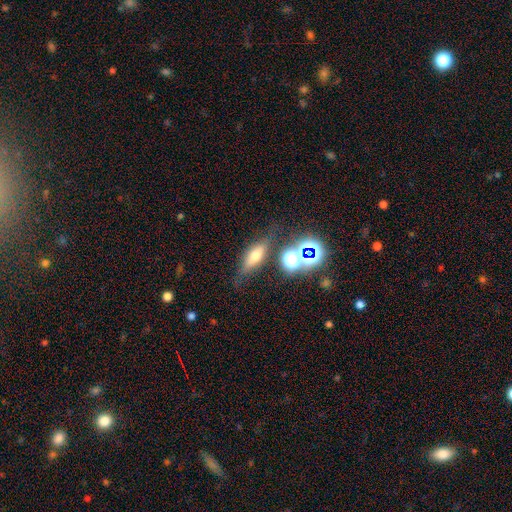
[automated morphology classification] Smooth or featured?
  - smooth: 52% *
  - featured or disk: 31%
  - star or artifact: 16%
How rounded?
  - in between: 50% *
  - cigar-shaped: 41%
  - round: 9%
Merging?
  - none: 72% *
  - minor disturbance: 16%
  - major disturbance: 6%
  - merger: 6%